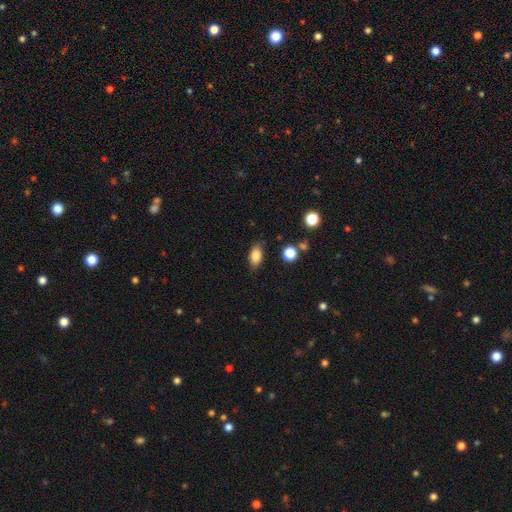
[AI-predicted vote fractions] Overall: smooth (82%). How rounded: in between (85%). Merging: none (79%).